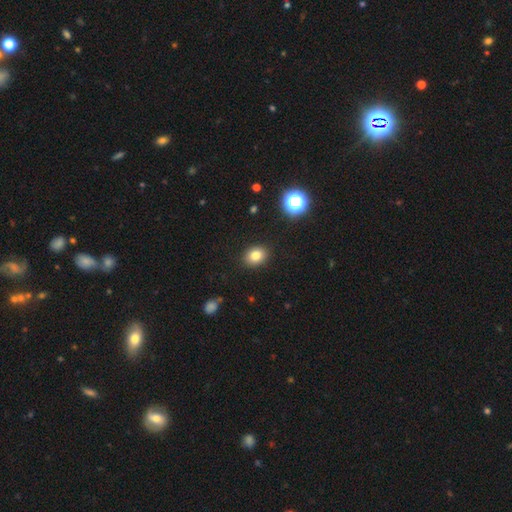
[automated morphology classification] smooth-or-featured: smooth: 81% | star or artifact: 12% | featured or disk: 7%
  how-rounded: in between: 50% | round: 49% | cigar-shaped: 1%
  merging: none: 90% | minor disturbance: 7% | major disturbance: 2% | merger: 1%